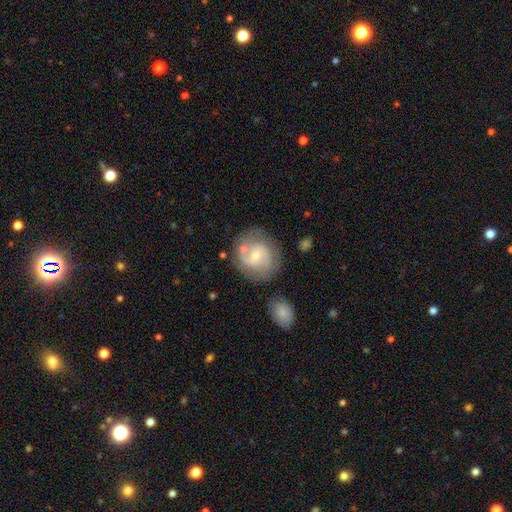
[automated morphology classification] smooth_or_featured: featured or disk (p=0.78) [alt: smooth p=0.15]
disk_edge_on: no (p=0.97) [alt: yes p=0.03]
bar: no (p=0.61) [alt: weak p=0.33]
has_spiral_arms: yes (p=0.93) [alt: no p=0.07]
spiral_winding: medium (p=0.45) [alt: tight p=0.40]
spiral_arm_count: 2 (p=0.70) [alt: can't tell p=0.13]
bulge_size: small (p=0.58) [alt: moderate p=0.38]
merging: none (p=0.70) [alt: minor disturbance p=0.15]